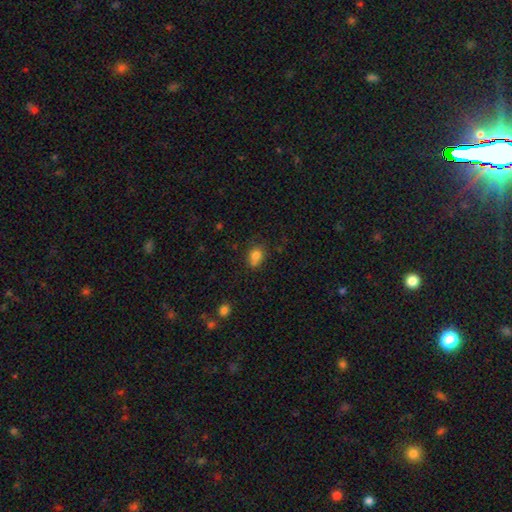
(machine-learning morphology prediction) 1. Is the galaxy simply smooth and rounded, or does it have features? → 80% smooth, 12% star or artifact, 9% featured or disk.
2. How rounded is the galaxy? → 60% in between, 38% round, 1% cigar-shaped.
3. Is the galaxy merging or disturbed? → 55% none, 28% minor disturbance, 9% merger, 8% major disturbance.